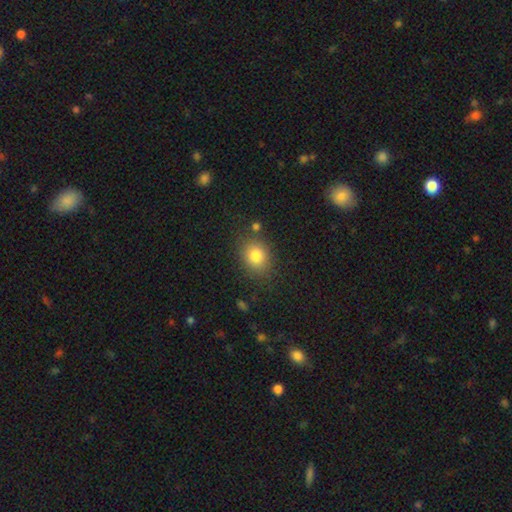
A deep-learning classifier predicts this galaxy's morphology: Smooth or featured? Predicted: smooth (p=0.82). How rounded? Predicted: round (p=0.54). Merging? Predicted: none (p=0.80).